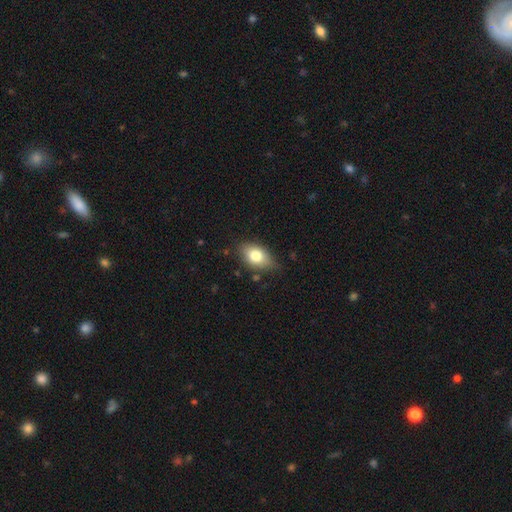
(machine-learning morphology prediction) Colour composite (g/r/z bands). It shows a smooth galaxy with no disk features (78%) that is in between round and cigar-shaped (85%). Merging: none (71%).